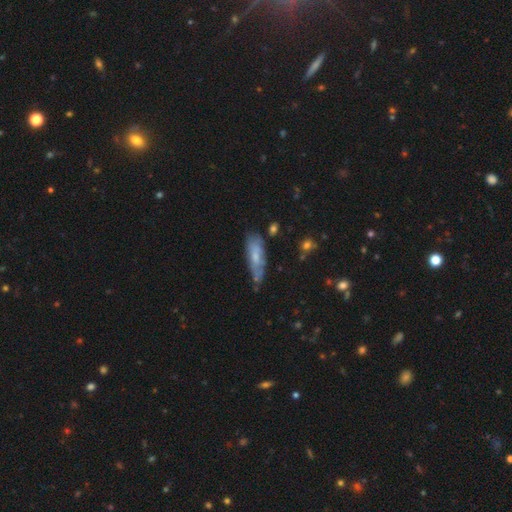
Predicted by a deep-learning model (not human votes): This is possibly a smooth galaxy (54%). How rounded: possibly in between (52%). Merging: possibly none (57%).